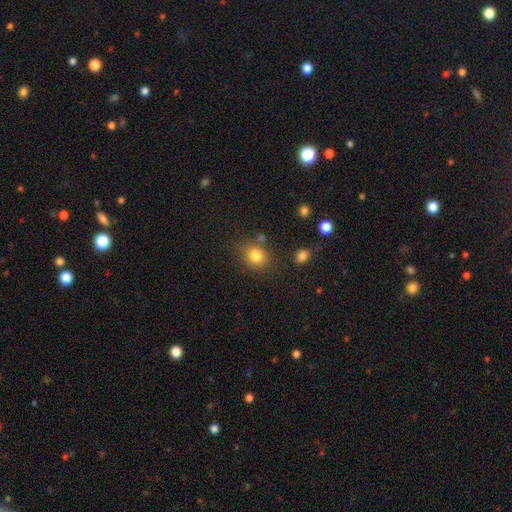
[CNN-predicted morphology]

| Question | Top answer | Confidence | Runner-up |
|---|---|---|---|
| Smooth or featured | smooth | 82% | star or artifact (12%) |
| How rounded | round | 69% | in between (30%) |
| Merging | none | 74% | minor disturbance (14%) |